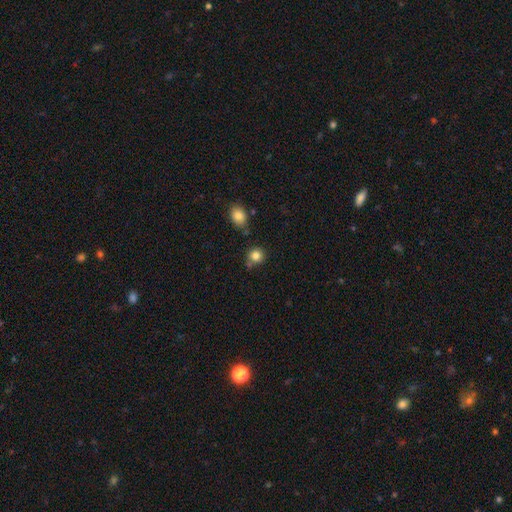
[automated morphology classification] Smooth or featured: smooth — 83% (star or artifact — 11%)
How rounded: round — 88% (in between — 11%)
Merging: none — 71% (minor disturbance — 14%)